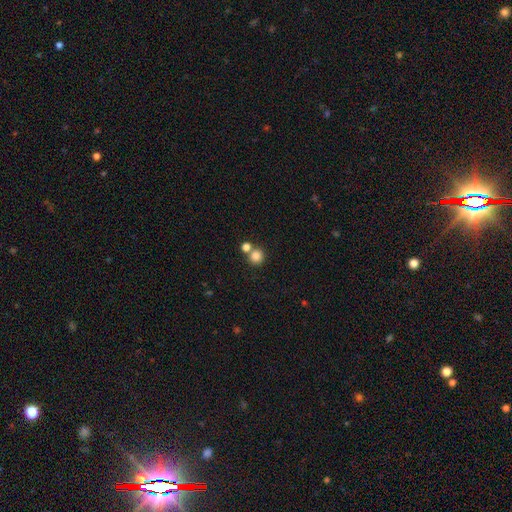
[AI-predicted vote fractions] Smooth or featured? Predicted: smooth (p=0.82). How rounded? Predicted: round (p=0.91). Merging? Predicted: none (p=0.61).